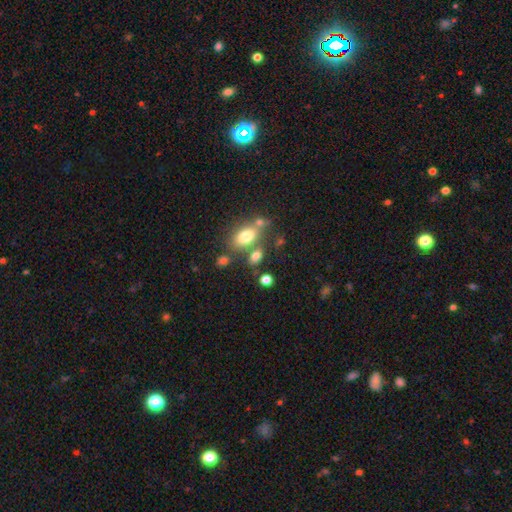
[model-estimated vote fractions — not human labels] Smooth or featured: smooth — 77% (star or artifact — 12%)
How rounded: in between — 84% (round — 13%)
Merging: none — 53% (merger — 28%)